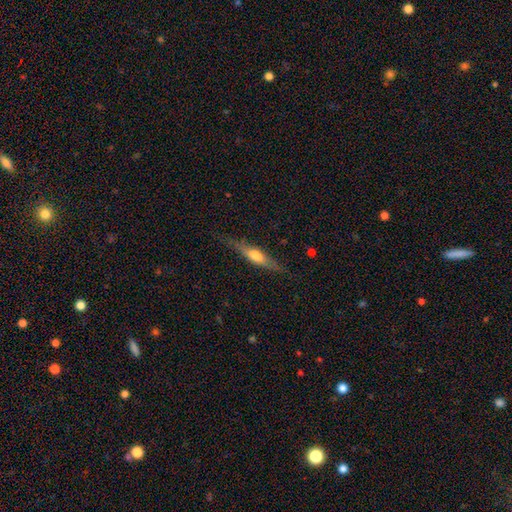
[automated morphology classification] featured or disk 50%, smooth 44%, star or artifact 6%. Down the decision tree: edge-on disk — yes (90%); merging — none (77%).